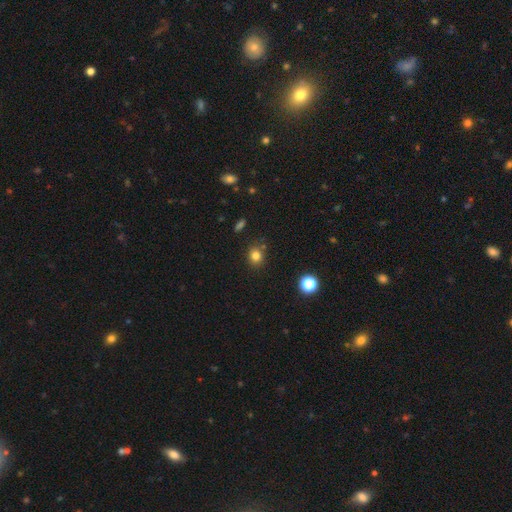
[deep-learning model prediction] Smooth or featured: smooth — 80% (star or artifact — 14%)
How rounded: round — 72% (in between — 27%)
Merging: none — 79% (minor disturbance — 13%)